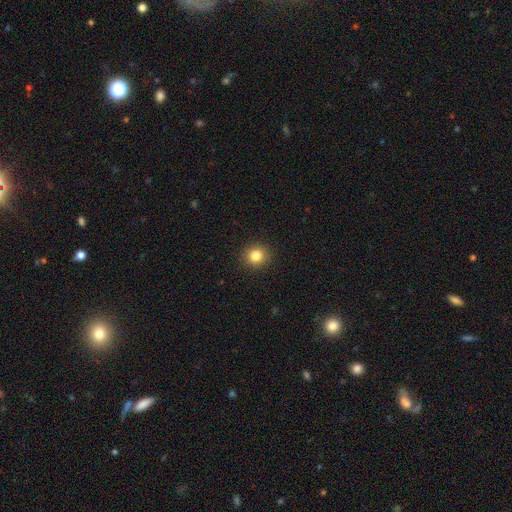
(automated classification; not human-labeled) Overall: smooth (83%). How rounded: round (86%). Merging: none (91%).